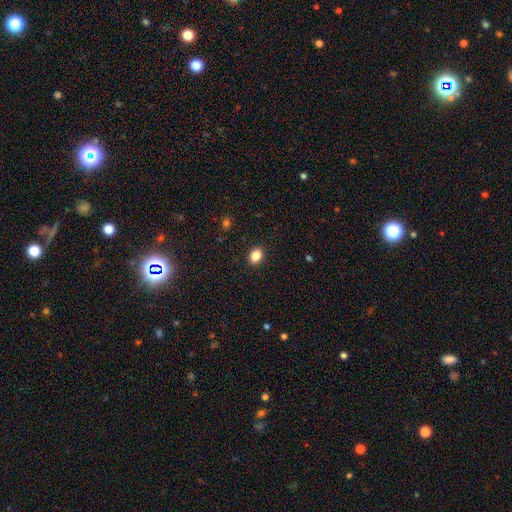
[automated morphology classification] Q: Smooth or featured?
A: smooth (86%); runner-up: star or artifact (10%)
Q: How rounded?
A: in between (68%); runner-up: round (31%)
Q: Merging?
A: none (90%); runner-up: minor disturbance (7%)